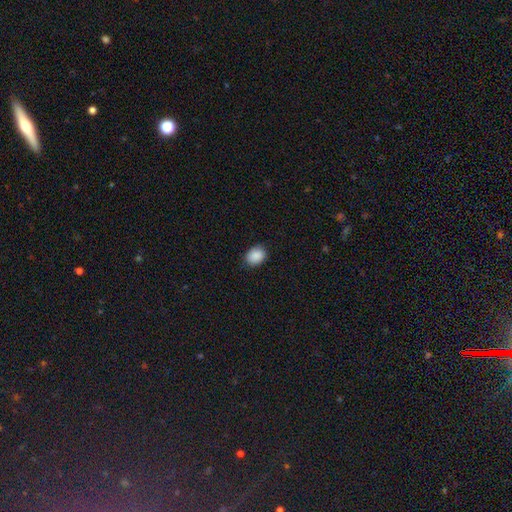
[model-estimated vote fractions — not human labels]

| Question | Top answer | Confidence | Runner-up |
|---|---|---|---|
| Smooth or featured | smooth | 89% | star or artifact (8%) |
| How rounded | in between | 59% | round (40%) |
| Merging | none | 85% | minor disturbance (12%) |